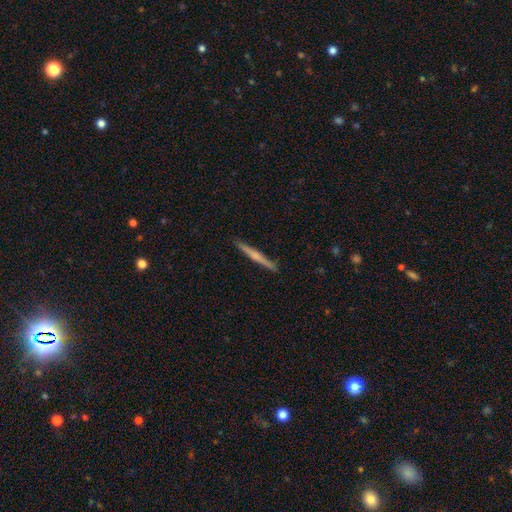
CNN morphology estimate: Smooth or featured: featured or disk — 58% (smooth — 37%)
Edge-on disk: yes — 98% (no — 2%)
Edge-on bulge: rounded — 57% (none — 33%)
Merging: none — 92% (minor disturbance — 6%)